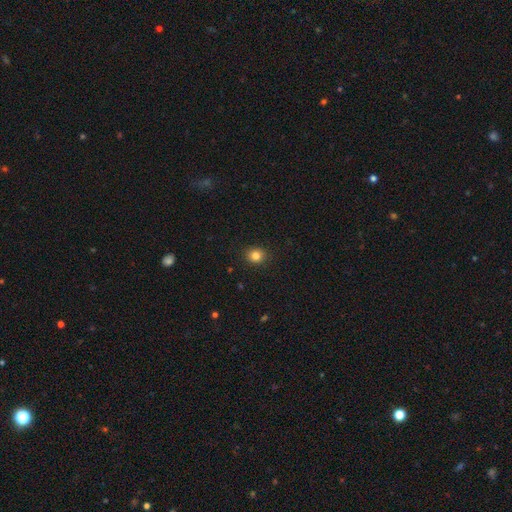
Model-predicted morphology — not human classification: Q: Smooth or featured?
A: smooth (84%); runner-up: star or artifact (12%)
Q: How rounded?
A: round (78%); runner-up: in between (21%)
Q: Merging?
A: none (90%); runner-up: minor disturbance (7%)